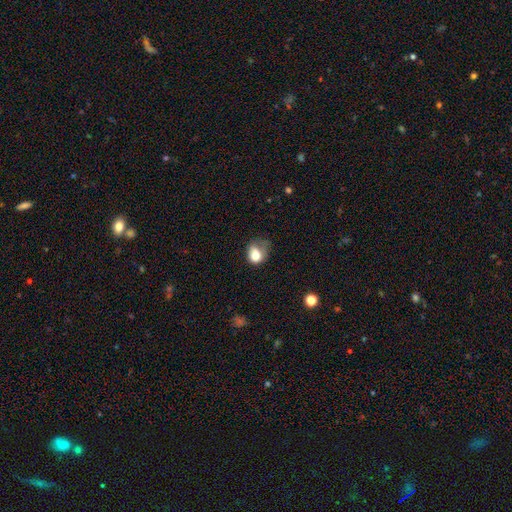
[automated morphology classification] The model was most divided on "how rounded": in between: 50%, round: 49%, cigar-shaped: 1%. Remaining: smooth or featured — smooth (75%); merging — major disturbance (38%).